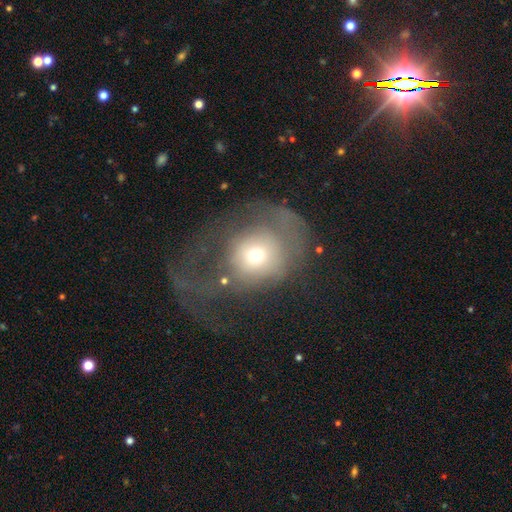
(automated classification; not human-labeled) smooth-or-featured: smooth: 52% | featured or disk: 36% | star or artifact: 12%
  how-rounded: round: 79% | in between: 20% | cigar-shaped: 1%
  merging: major disturbance: 65% | none: 19% | minor disturbance: 13% | merger: 3%